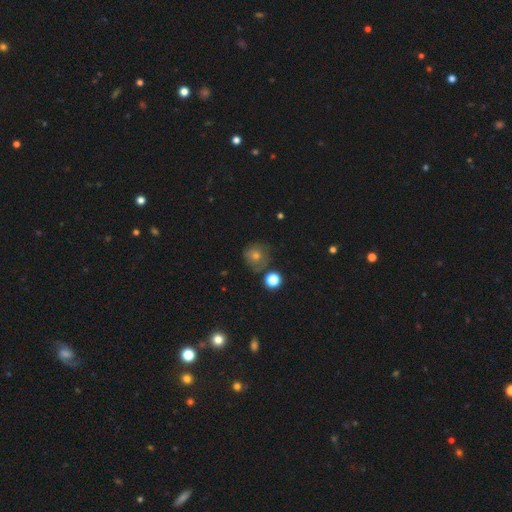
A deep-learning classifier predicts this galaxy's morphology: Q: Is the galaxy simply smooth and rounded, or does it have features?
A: smooth — 58%.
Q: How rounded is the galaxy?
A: round — 91%.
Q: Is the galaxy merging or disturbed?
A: none — 76%.